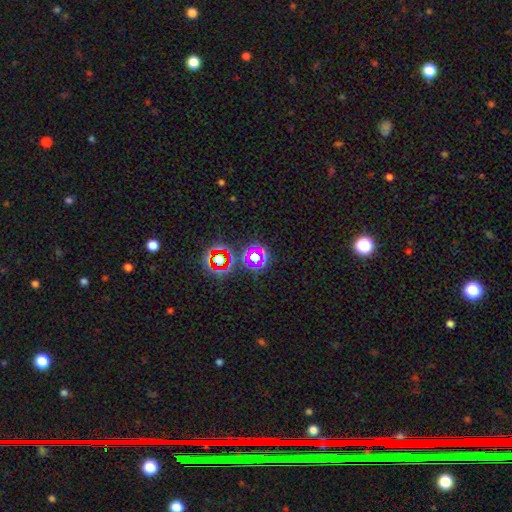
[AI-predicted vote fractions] A star or artifact, not a galaxy (66%).